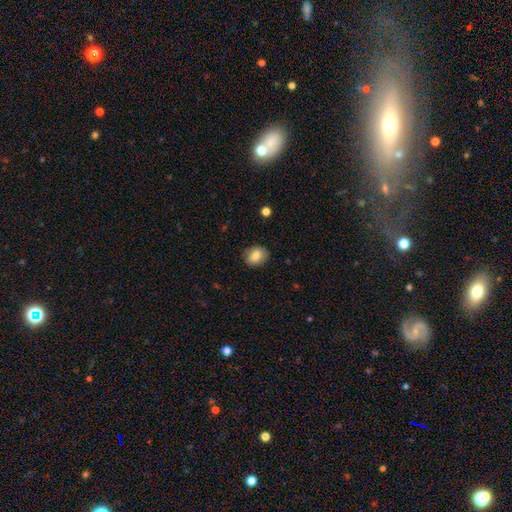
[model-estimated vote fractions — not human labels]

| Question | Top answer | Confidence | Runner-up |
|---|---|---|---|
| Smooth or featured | smooth | 81% | featured or disk (10%) |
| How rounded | round | 50% | in between (49%) |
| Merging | none | 83% | minor disturbance (13%) |